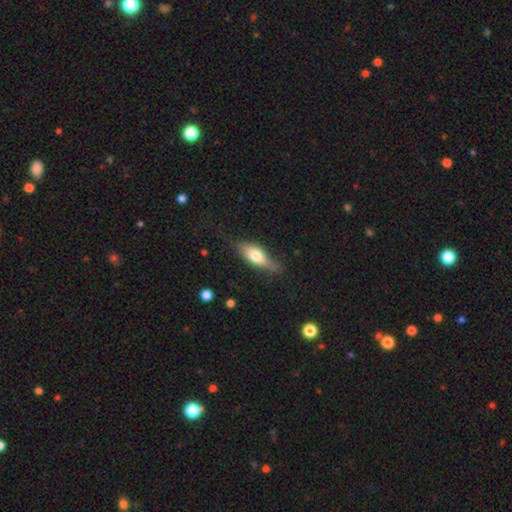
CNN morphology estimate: Smooth or featured? smooth (64%)
How rounded? in between (70%)
Merging? none (58%)